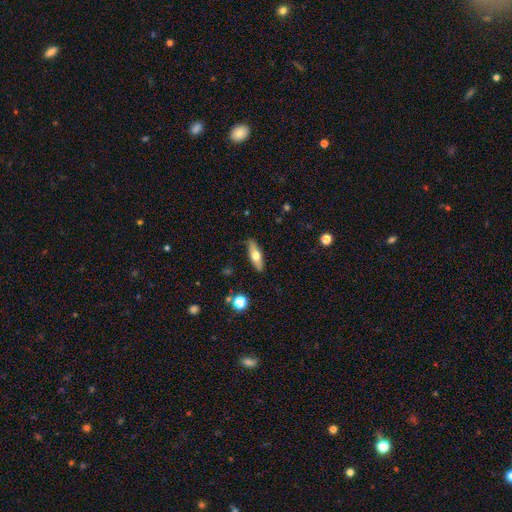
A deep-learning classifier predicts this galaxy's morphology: A smooth galaxy with no disk features (57%) that is in between round and cigar-shaped (51%). Merging: none (86%).